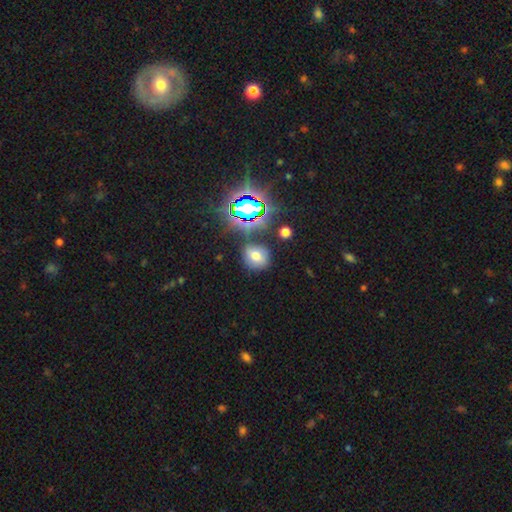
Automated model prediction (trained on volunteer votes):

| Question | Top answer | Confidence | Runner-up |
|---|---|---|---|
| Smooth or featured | smooth | 62% | star or artifact (24%) |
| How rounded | round | 66% | in between (32%) |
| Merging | none | 74% | minor disturbance (14%) |